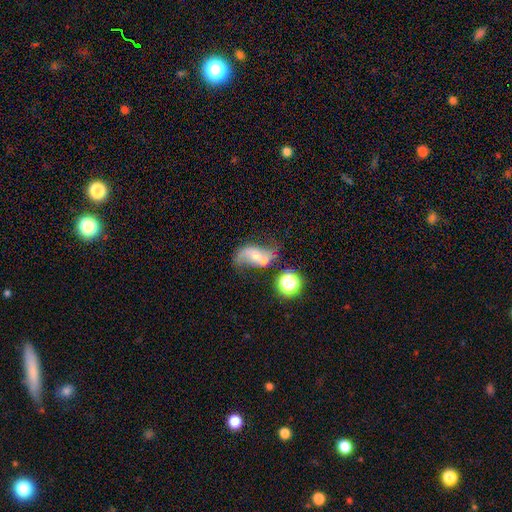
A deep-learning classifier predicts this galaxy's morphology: Q: Smooth or featured?
A: featured or disk (61%); runner-up: smooth (25%)
Q: Edge-on disk?
A: no (96%); runner-up: yes (4%)
Q: Bar?
A: no (61%); runner-up: weak (29%)
Q: Spiral arms?
A: yes (79%); runner-up: no (21%)
Q: Bulge size?
A: moderate (43%); runner-up: small (39%)
Q: Merging?
A: merger (40%); runner-up: none (29%)